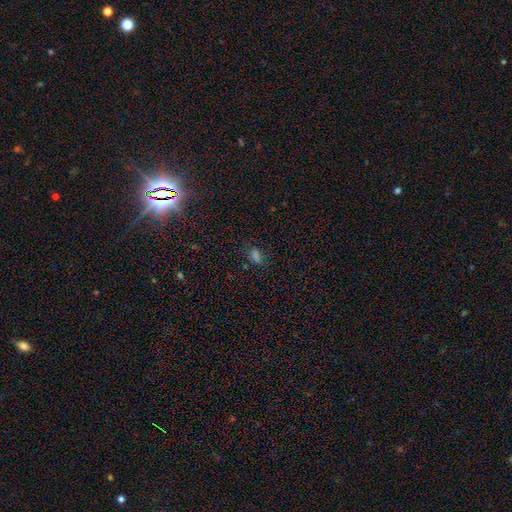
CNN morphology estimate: Q: Smooth or featured?
A: smooth (55%); runner-up: star or artifact (37%)
Q: How rounded?
A: in between (78%); runner-up: round (13%)
Q: Merging?
A: none (73%); runner-up: minor disturbance (17%)